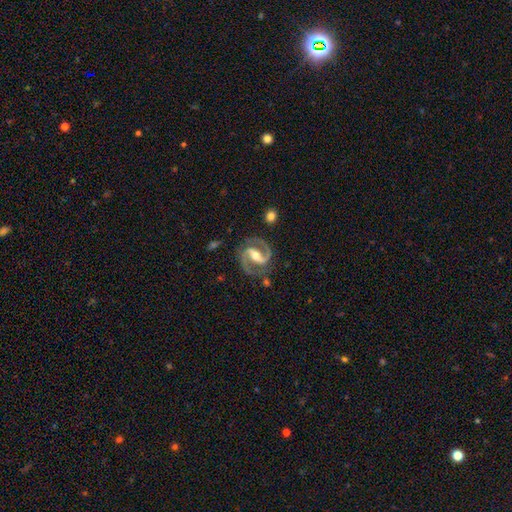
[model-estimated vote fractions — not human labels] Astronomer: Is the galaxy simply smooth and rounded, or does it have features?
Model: featured or disk — 92%.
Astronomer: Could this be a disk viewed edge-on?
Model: no — 98%.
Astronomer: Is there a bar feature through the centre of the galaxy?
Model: strong — 62%.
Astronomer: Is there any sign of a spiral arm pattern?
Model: yes — 98%.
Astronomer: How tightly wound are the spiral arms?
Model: medium — 63%.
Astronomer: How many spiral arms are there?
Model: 2 — 94%.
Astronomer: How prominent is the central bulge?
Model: moderate — 64%.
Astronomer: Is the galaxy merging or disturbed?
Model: none — 81%.